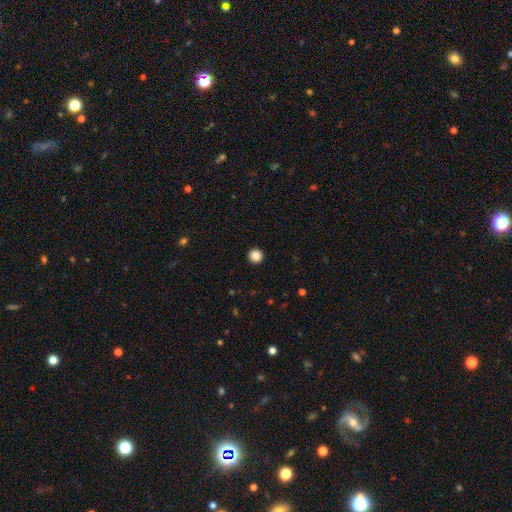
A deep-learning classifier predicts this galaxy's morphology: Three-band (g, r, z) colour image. It shows a smooth galaxy with no disk features (87%) that is round (96%). Merging: none (94%).